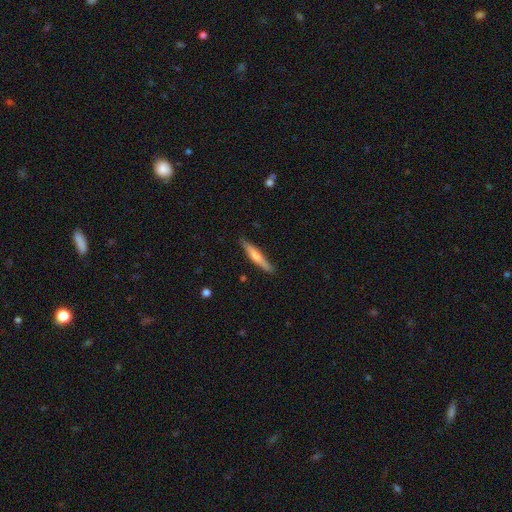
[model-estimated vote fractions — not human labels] Smooth or featured?
  - smooth: 49% *
  - featured or disk: 46%
  - star or artifact: 6%
Merging?
  - none: 88% *
  - minor disturbance: 9%
  - major disturbance: 2%
  - merger: 1%